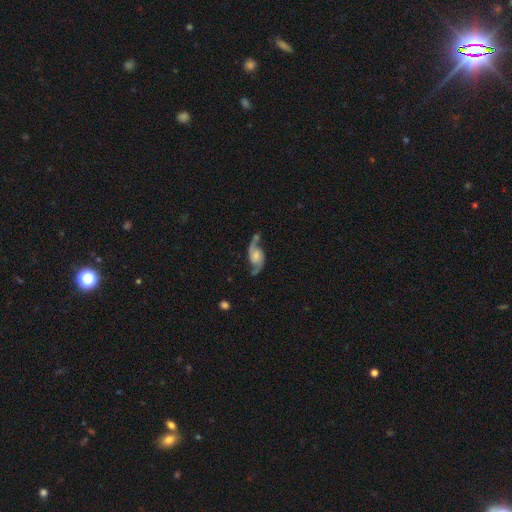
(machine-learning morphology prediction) type=featured or disk (86%); edge-on=no (96%); bar=no (59%); spiral arms=yes (96%); winding=loose (65%); arm count=2 (93%); bulge=small (42%); merging=none (62%).